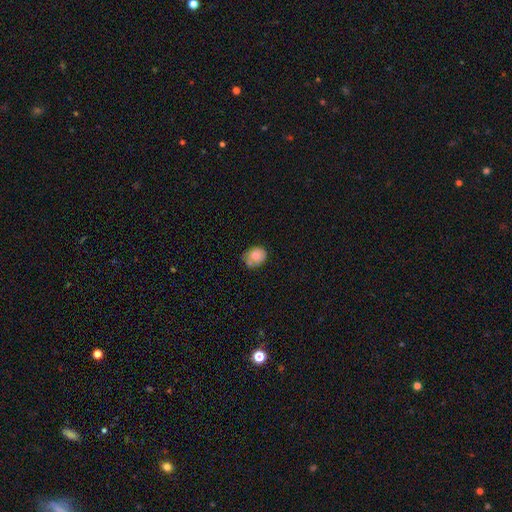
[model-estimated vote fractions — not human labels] Smooth or featured? smooth (63%)
How rounded? round (56%)
Merging? none (55%)